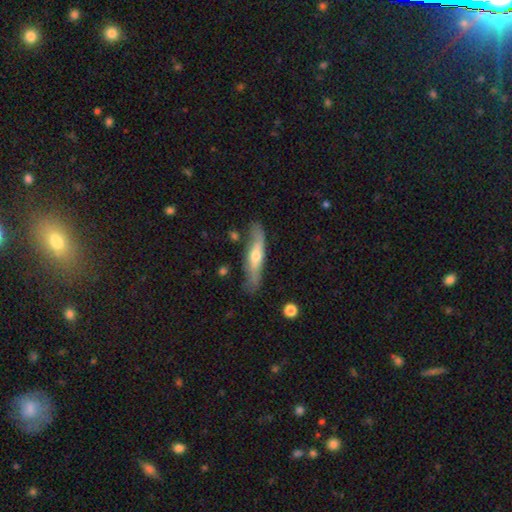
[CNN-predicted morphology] The model was most divided on "smooth or featured": featured or disk: 51%, smooth: 44%, star or artifact: 6%. More confident: merging — none (69%); edge-on disk — yes (69%).